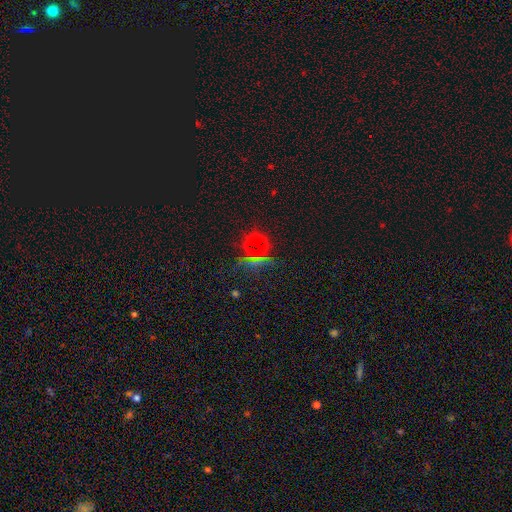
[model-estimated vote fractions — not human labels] The model was most divided on "smooth or featured": star or artifact: 61%, smooth: 29%, featured or disk: 9%.